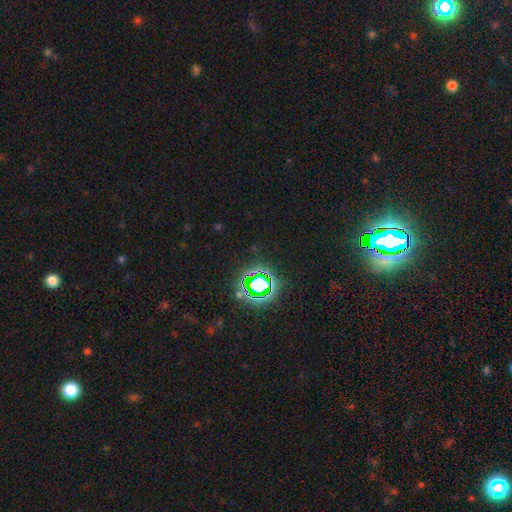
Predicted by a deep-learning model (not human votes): smooth_or_featured: star or artifact (p=0.81) [alt: smooth p=0.12]